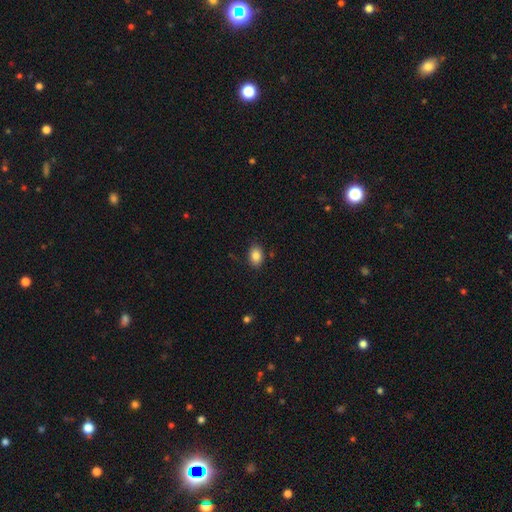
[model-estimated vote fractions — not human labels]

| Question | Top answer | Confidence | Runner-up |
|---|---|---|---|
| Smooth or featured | smooth | 85% | star or artifact (9%) |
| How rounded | in between | 76% | round (23%) |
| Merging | none | 85% | minor disturbance (11%) |